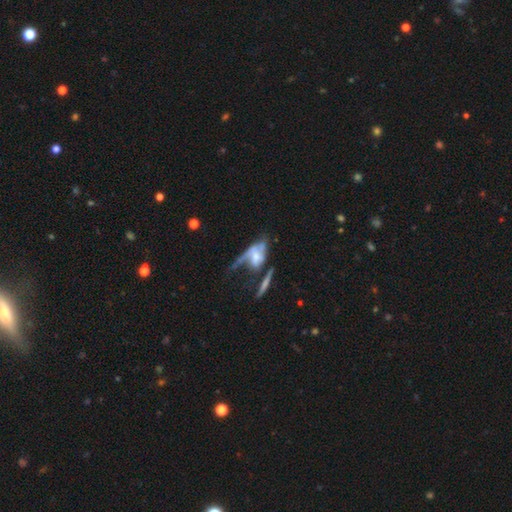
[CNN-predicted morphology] Smooth or featured? featured or disk (64%)
Edge-on disk? no (83%)
Bar? no (67%)
Spiral arms? yes (58%)
Bulge size? moderate (38%)
Merging? major disturbance (38%)